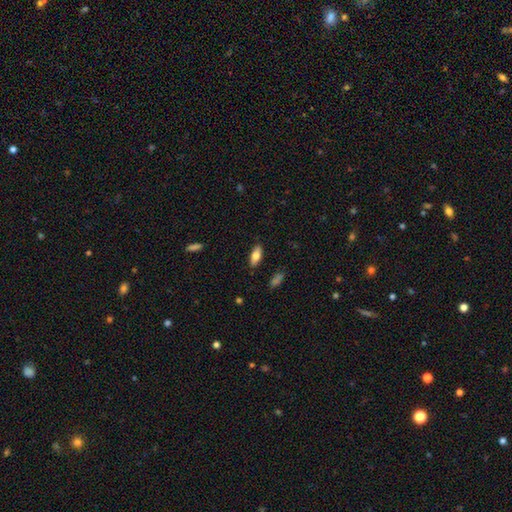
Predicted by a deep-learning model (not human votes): The model was most divided on "smooth or featured": smooth: 76%, featured or disk: 17%, star or artifact: 7%. More confident: merging — none (87%); how rounded — in between (82%).